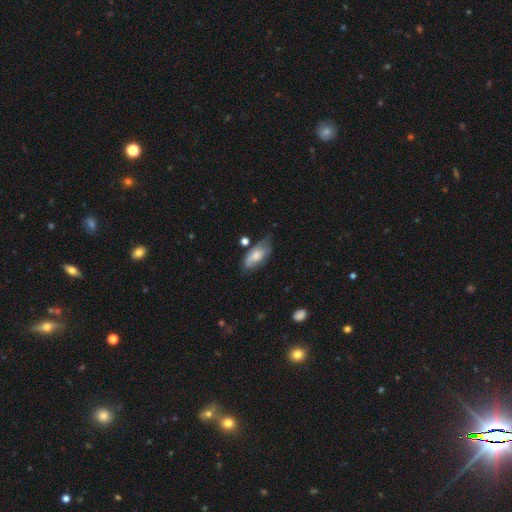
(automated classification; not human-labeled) smooth_or_featured: smooth (p=0.60) [alt: featured or disk p=0.33]
how_rounded: in between (p=0.88) [alt: cigar-shaped p=0.08]
merging: none (p=0.50) [alt: minor disturbance p=0.34]